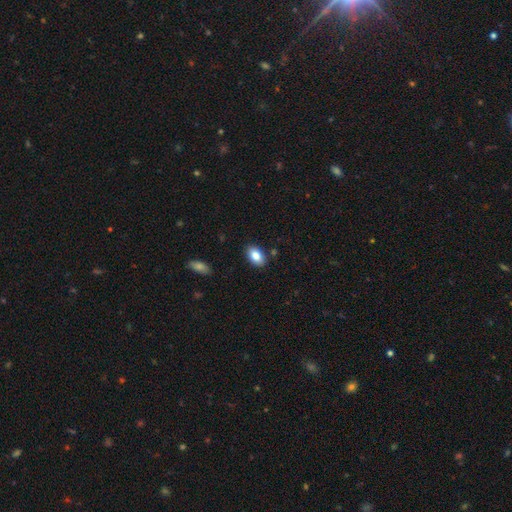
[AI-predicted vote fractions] smooth_or_featured: smooth (p=0.84) [alt: featured or disk p=0.08]
how_rounded: in between (p=0.91) [alt: round p=0.08]
merging: none (p=0.87) [alt: minor disturbance p=0.09]